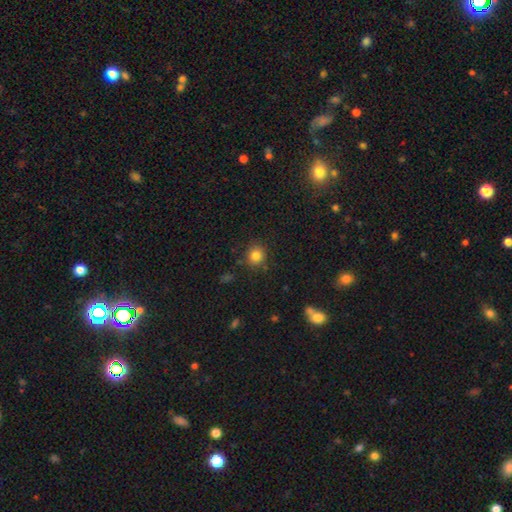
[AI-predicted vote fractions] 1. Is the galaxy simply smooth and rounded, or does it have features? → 83% smooth, 11% star or artifact, 5% featured or disk.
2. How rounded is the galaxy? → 85% round, 14% in between, 1% cigar-shaped.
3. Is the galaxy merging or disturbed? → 86% none, 9% minor disturbance, 3% major disturbance, 2% merger.